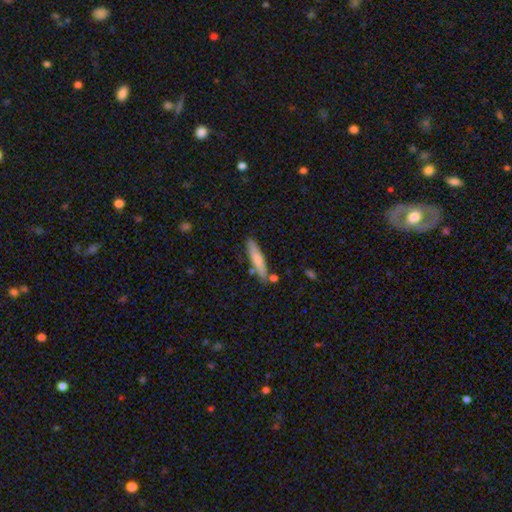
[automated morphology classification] Smooth or featured?
  - smooth: 64% *
  - featured or disk: 29%
  - star or artifact: 7%
How rounded?
  - cigar-shaped: 91% *
  - in between: 8%
  - round: 1%
Merging?
  - none: 83% *
  - minor disturbance: 11%
  - merger: 4%
  - major disturbance: 2%